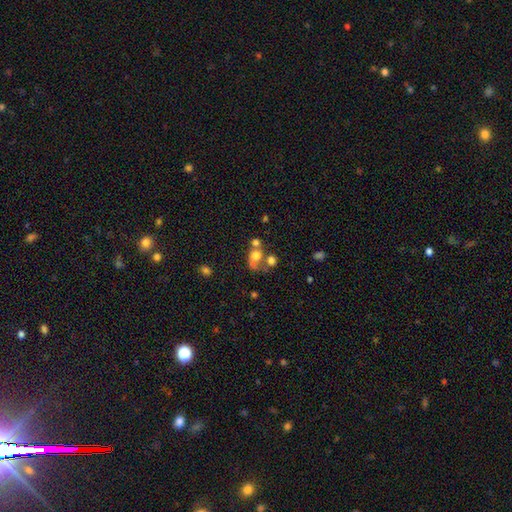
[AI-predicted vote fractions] The model was most divided on "how rounded": round: 60%, in between: 39%, cigar-shaped: 2%. Remaining: smooth or featured — smooth (64%); merging — merger (48%).